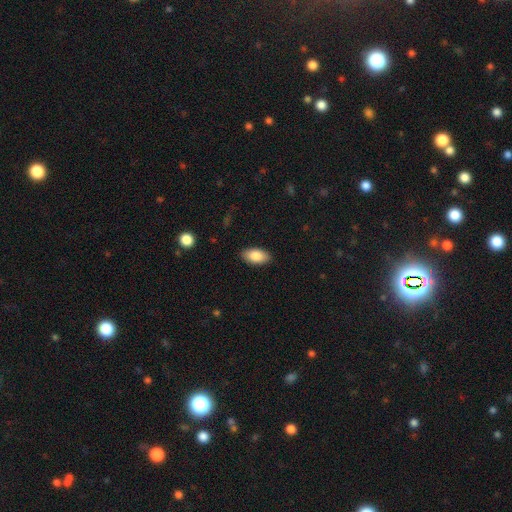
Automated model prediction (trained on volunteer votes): A smooth galaxy with no disk features (86%) that is in between round and cigar-shaped (94%). Merging: none (88%).